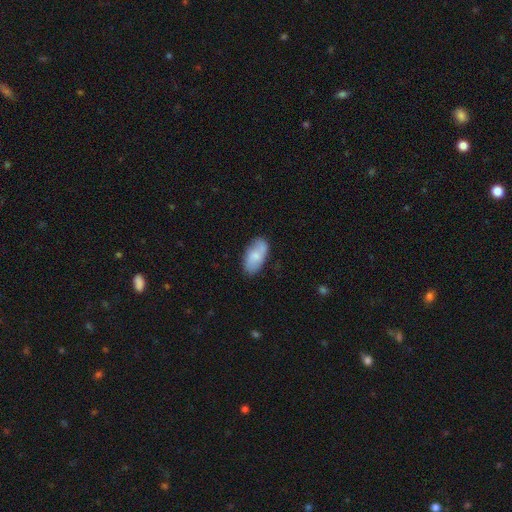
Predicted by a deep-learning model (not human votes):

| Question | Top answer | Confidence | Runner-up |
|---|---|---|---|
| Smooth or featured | smooth | 66% | featured or disk (28%) |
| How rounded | in between | 93% | cigar-shaped (4%) |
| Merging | none | 74% | minor disturbance (20%) |